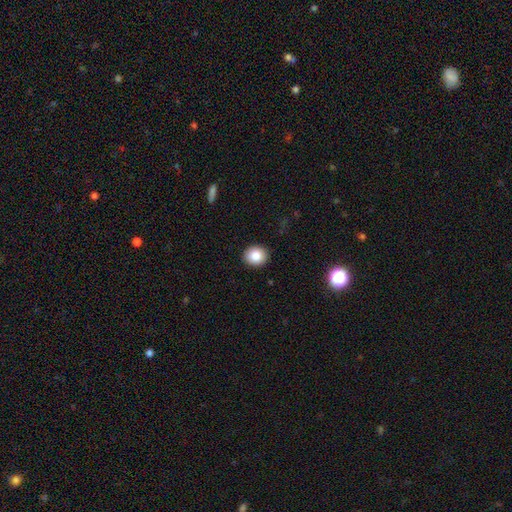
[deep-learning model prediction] smooth 84%, star or artifact 9%, featured or disk 7%. Down the decision tree: how rounded — round (75%); merging — none (91%).